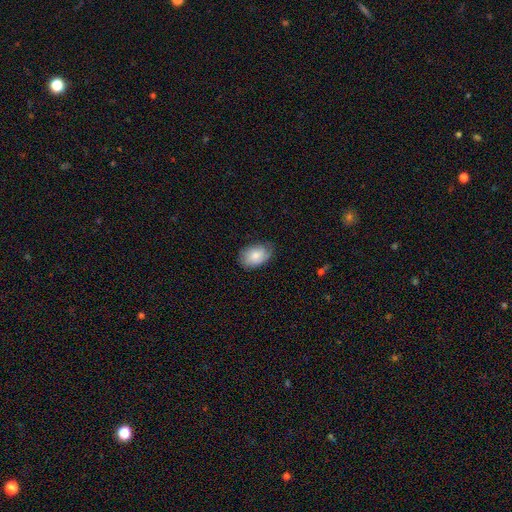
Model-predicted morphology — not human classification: Smooth or featured: smooth — 77% (featured or disk — 16%)
How rounded: in between — 88% (round — 11%)
Merging: none — 72% (minor disturbance — 22%)